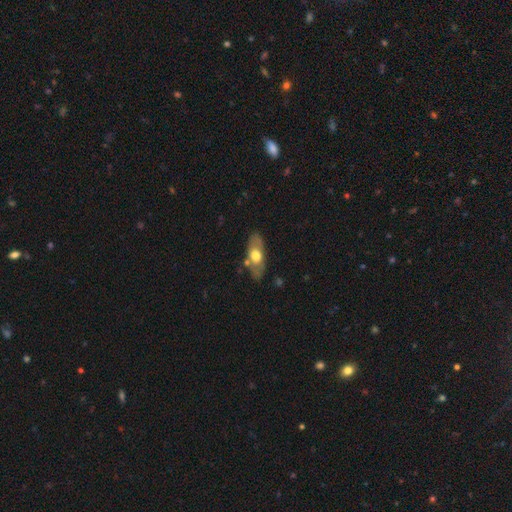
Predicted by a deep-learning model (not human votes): A smooth galaxy with no disk features (51%) that is in between round and cigar-shaped (81%).

Vote fractions:
- Smooth or featured? smooth: 51% / featured or disk: 43% / star or artifact: 6%
- How rounded? in between: 81% / cigar-shaped: 14% / round: 6%
- Merging? none: 77% / minor disturbance: 15% / merger: 4% / major disturbance: 4%